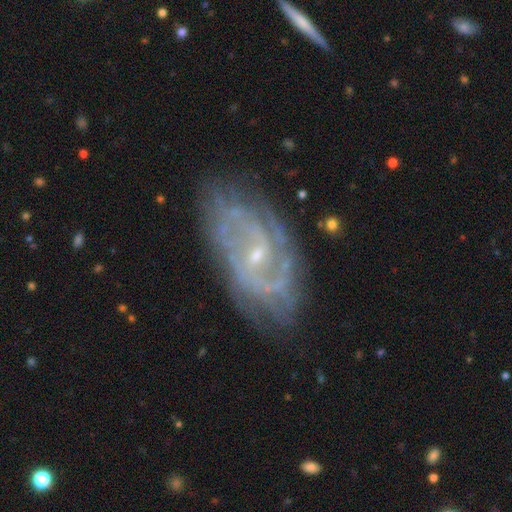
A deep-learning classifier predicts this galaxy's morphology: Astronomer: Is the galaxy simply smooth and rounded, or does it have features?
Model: featured or disk — 88%.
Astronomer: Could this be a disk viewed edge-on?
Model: no — 96%.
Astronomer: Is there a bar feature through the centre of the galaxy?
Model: weak — 46% (runner-up: no, 42%).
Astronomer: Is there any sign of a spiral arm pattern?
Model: yes — 95%.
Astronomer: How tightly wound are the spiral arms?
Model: medium — 44% (runner-up: tight, 41%).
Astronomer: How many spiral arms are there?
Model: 2 — 49%.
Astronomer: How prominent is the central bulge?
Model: small — 78%.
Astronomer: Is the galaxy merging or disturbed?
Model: none — 72%.